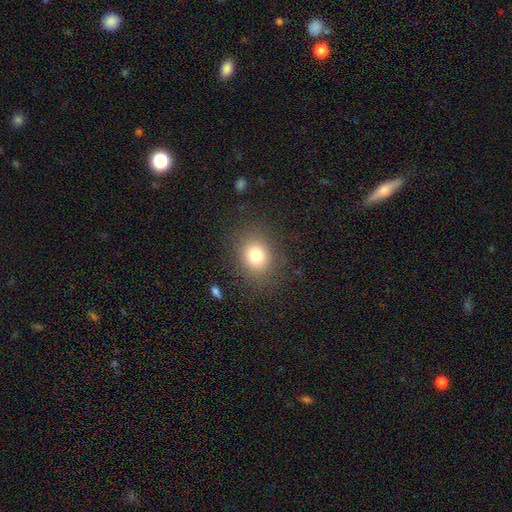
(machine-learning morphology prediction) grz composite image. It shows a smooth galaxy with no disk features (79%) that is round (62%). Merging: none (83%).